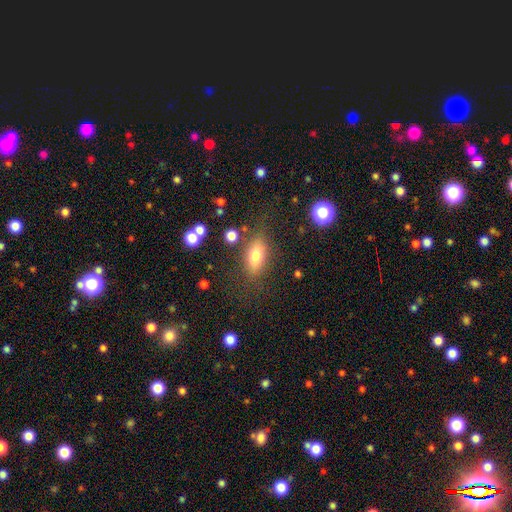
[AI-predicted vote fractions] smooth 72%, featured or disk 18%, star or artifact 10%. Down the decision tree: how rounded — in between (79%); merging — none (76%).